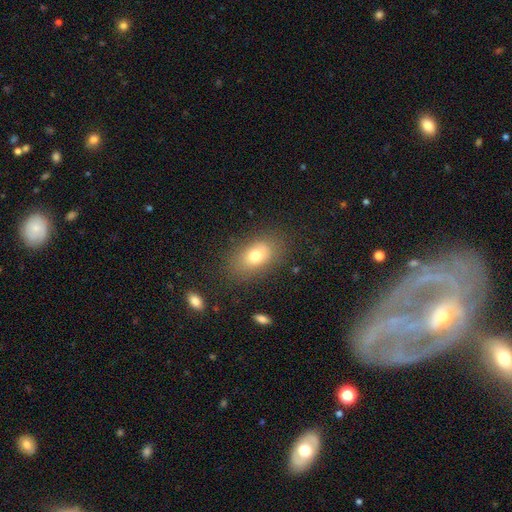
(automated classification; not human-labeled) This is likely a smooth galaxy (73%). How rounded: clearly in between (85%). Merging: likely none (78%).